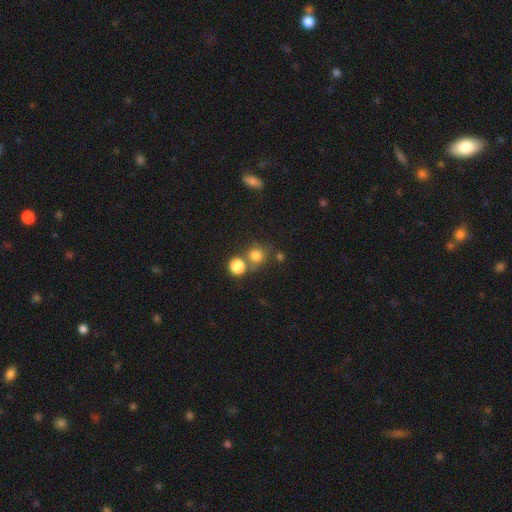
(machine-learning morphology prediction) This appears to be a smooth galaxy with no disk features (78%) that is round (89%). Merging: none (63%).